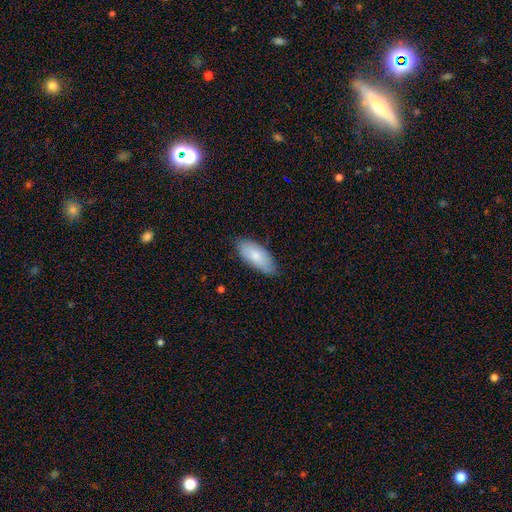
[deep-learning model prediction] A smooth galaxy with no disk features (77%) that is in between round and cigar-shaped (89%). Merging: none (77%).